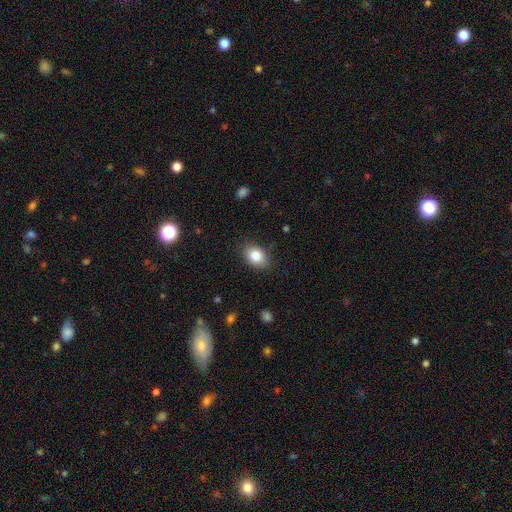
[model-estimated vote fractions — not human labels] The model was most divided on "how rounded": in between: 77%, round: 22%, cigar-shaped: 1%. More confident: merging — none (84%); smooth or featured — smooth (84%).